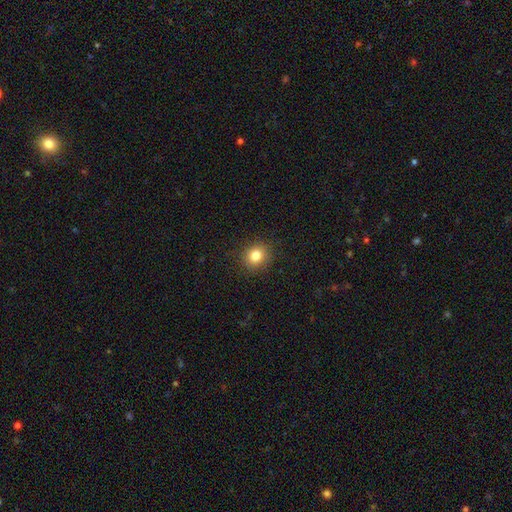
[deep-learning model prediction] A smooth galaxy with no disk features (82%) that is round (79%). Merging: none (89%).